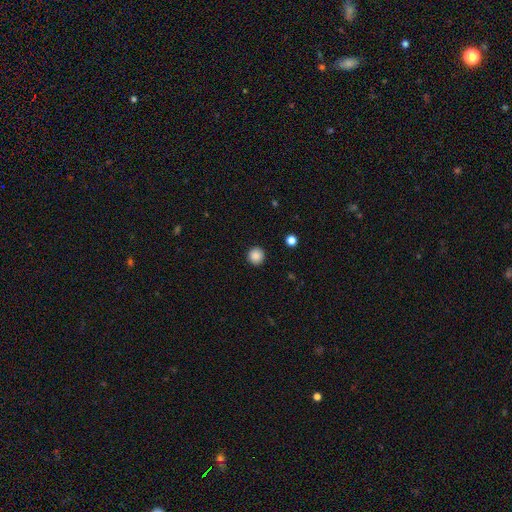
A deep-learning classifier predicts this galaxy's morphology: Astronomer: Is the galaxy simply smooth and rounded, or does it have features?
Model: smooth — 87%.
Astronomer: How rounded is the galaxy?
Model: round — 95%.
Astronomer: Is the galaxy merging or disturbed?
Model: none — 92%.